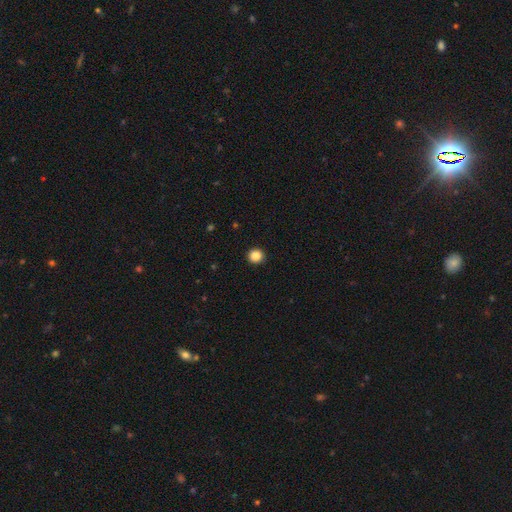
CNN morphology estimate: type=smooth (86%); roundness=round (93%); merging=none (94%).